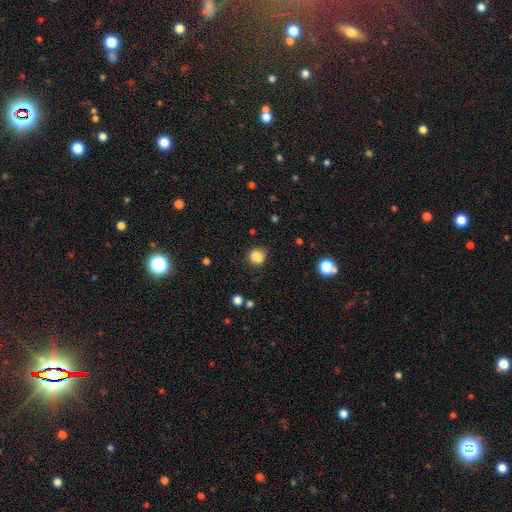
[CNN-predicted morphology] This is clearly a smooth galaxy (82%). How rounded: likely round (76%). Merging: likely none (70%).